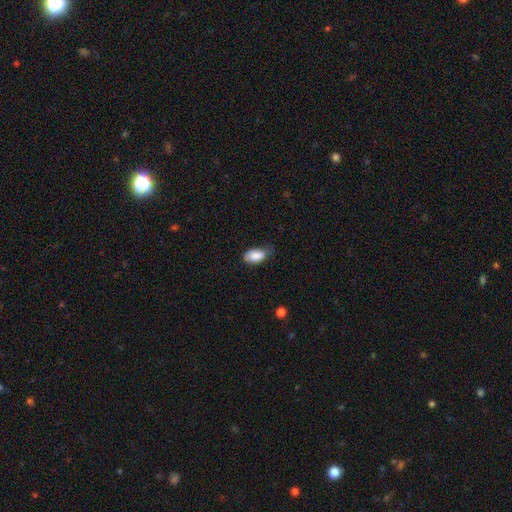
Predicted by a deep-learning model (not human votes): smooth_or_featured: smooth (p=0.84) [alt: featured or disk p=0.09]
how_rounded: in between (p=0.93) [alt: round p=0.05]
merging: minor disturbance (p=0.42) [alt: none p=0.41]